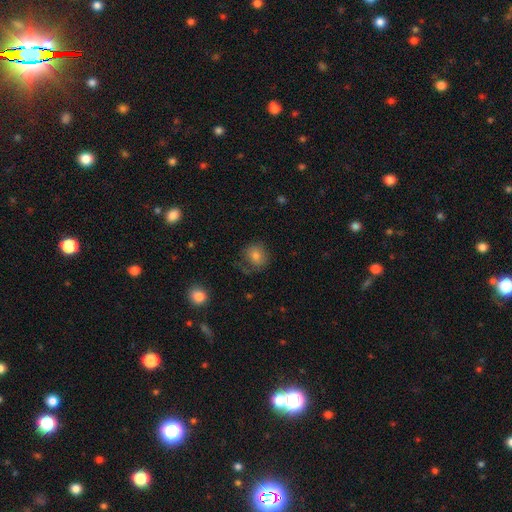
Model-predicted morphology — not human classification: Q: Smooth or featured?
A: smooth (74%); runner-up: featured or disk (16%)
Q: How rounded?
A: round (76%); runner-up: in between (23%)
Q: Merging?
A: none (62%); runner-up: minor disturbance (22%)